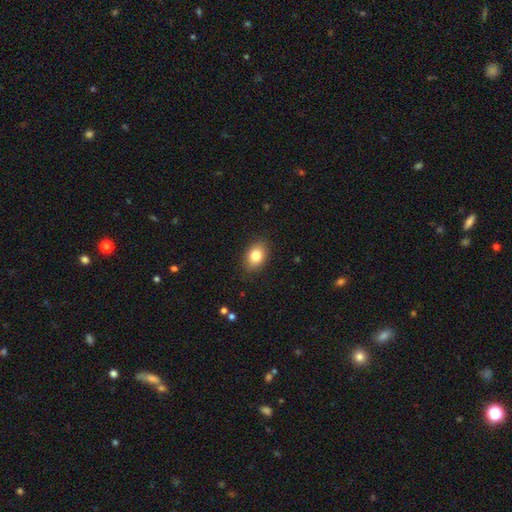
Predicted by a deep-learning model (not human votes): smooth-or-featured: smooth: 83% | star or artifact: 9% | featured or disk: 9%
  how-rounded: in between: 74% | round: 25% | cigar-shaped: 1%
  merging: none: 87% | minor disturbance: 10% | major disturbance: 2% | merger: 1%